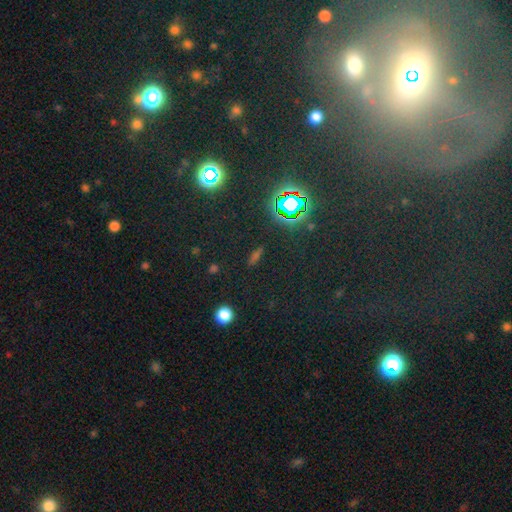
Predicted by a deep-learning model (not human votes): This appears to be a star or artifact, not a galaxy (50%).